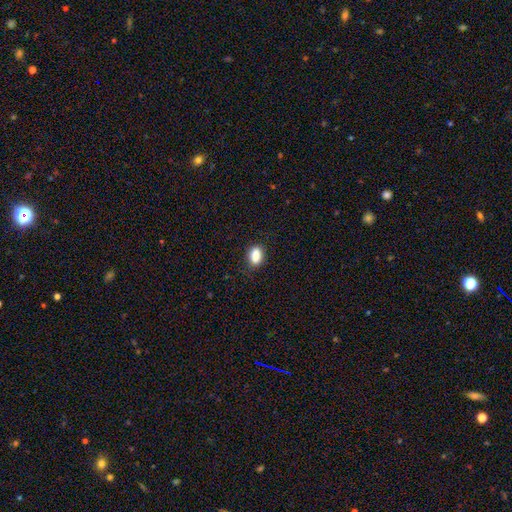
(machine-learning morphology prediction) This appears to be a smooth galaxy with no disk features (87%) that is in between round and cigar-shaped (83%). Merging: none (81%).